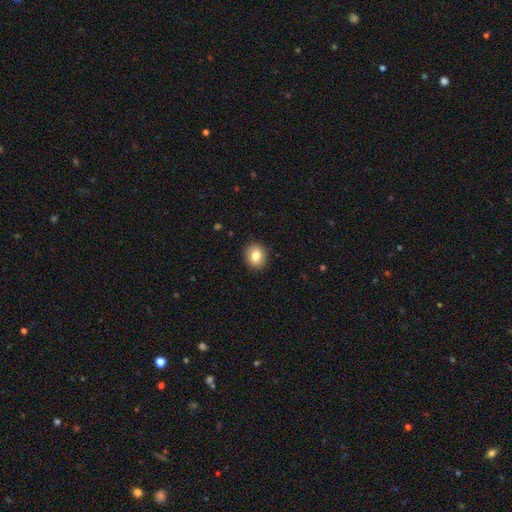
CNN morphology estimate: smooth_or_featured: smooth (p=0.82) [alt: star or artifact p=0.09]
how_rounded: round (p=0.67) [alt: in between p=0.32]
merging: none (p=0.91) [alt: minor disturbance p=0.07]